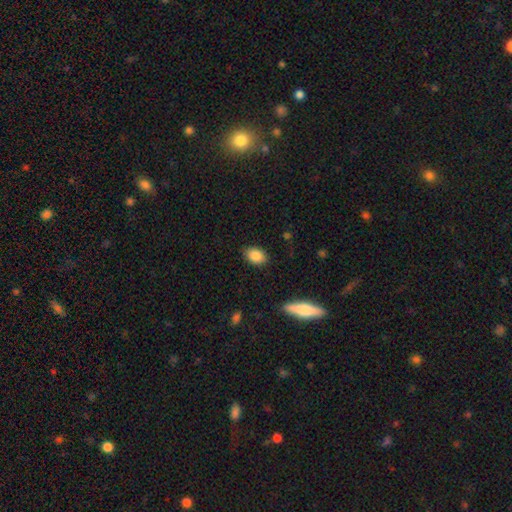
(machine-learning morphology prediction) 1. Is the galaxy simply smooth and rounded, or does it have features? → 86% smooth, 8% star or artifact, 6% featured or disk.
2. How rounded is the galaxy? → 81% in between, 17% round, 2% cigar-shaped.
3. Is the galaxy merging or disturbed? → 86% none, 11% minor disturbance, 3% major disturbance, 1% merger.